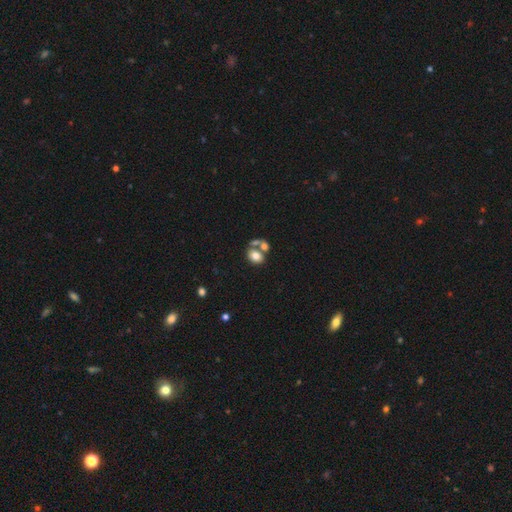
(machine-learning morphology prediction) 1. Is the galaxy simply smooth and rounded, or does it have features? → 75% smooth, 15% featured or disk, 10% star or artifact.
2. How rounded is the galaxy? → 65% in between, 34% round, 1% cigar-shaped.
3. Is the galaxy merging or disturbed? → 48% merger, 38% none, 10% minor disturbance, 5% major disturbance.